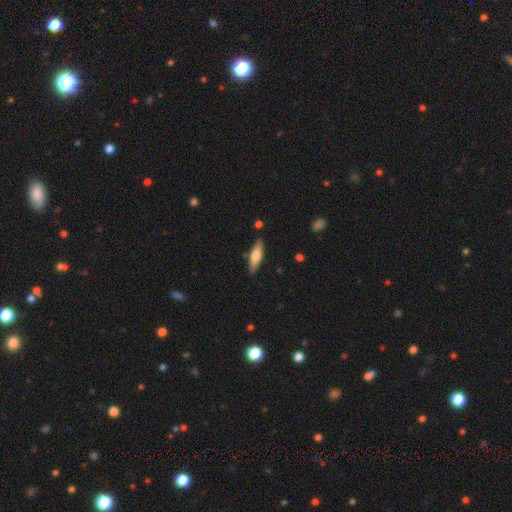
This is possibly a smooth galaxy (59%). How rounded: possibly cigar-shaped (59%). Merging: clearly none (89%).